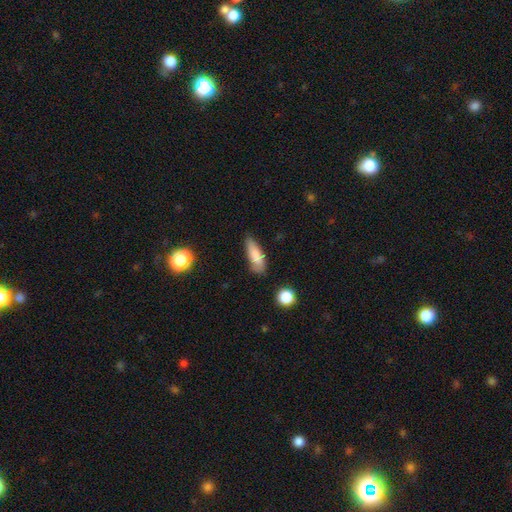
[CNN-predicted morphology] The model was most divided on "how rounded": in between: 59%, cigar-shaped: 39%, round: 3%. More confident: smooth or featured — smooth (81%); merging — none (63%).